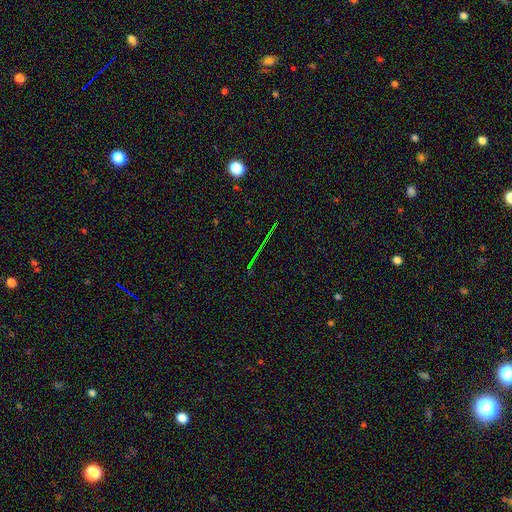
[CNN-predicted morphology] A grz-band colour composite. It shows a star or artifact, not a galaxy (76%).